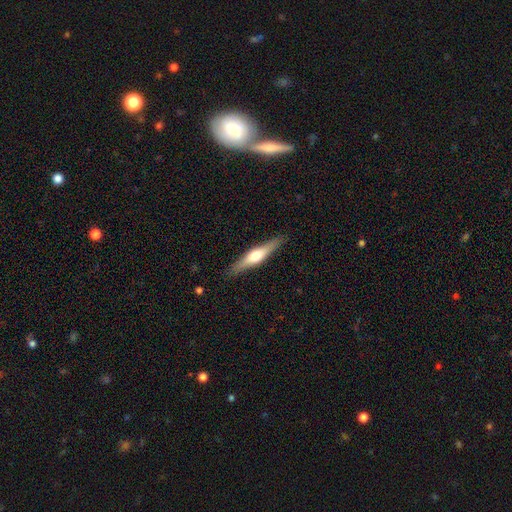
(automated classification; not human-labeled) This appears to be a featured or disk galaxy (58%) viewed edge-on (96%) with a rounded central bulge (89%). Merging: none (89%).